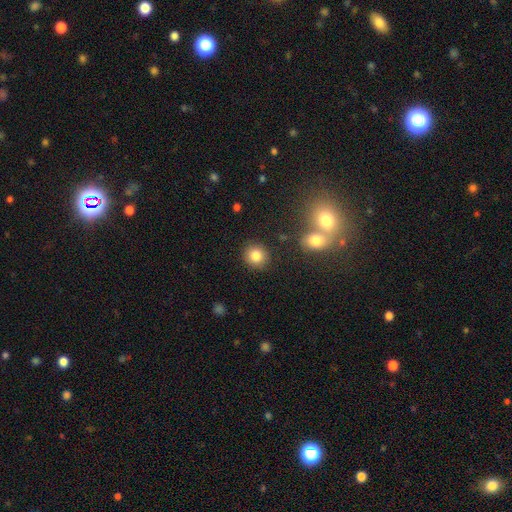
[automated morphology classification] smooth-or-featured: smooth: 83% | star or artifact: 10% | featured or disk: 6%
  how-rounded: round: 89% | in between: 10% | cigar-shaped: 1%
  merging: none: 86% | minor disturbance: 7% | merger: 4% | major disturbance: 3%